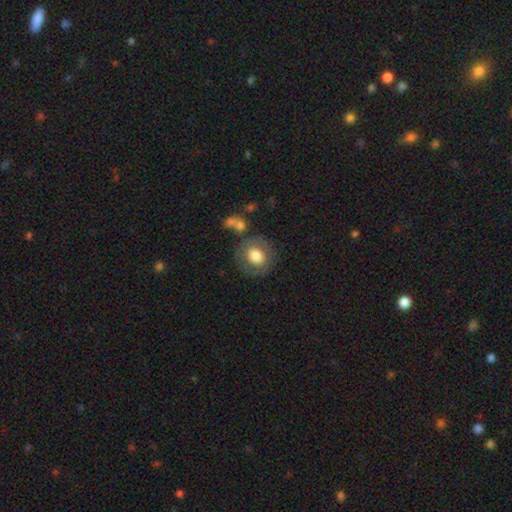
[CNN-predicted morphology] A smooth galaxy with no disk features (67%) that is round (80%). Merging: none (74%).